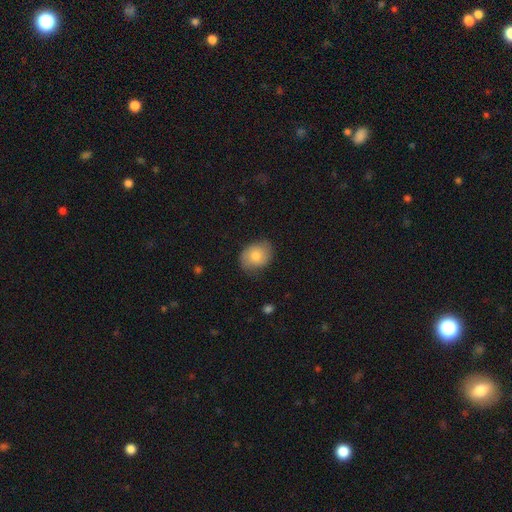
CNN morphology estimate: This appears to be a smooth galaxy with no disk features (74%) that is in between round and cigar-shaped (57%). Merging: none (72%).